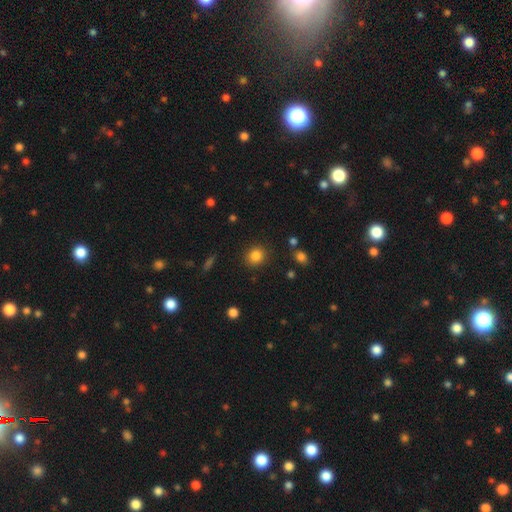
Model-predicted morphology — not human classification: type=smooth (84%); roundness=round (80%); merging=none (88%).